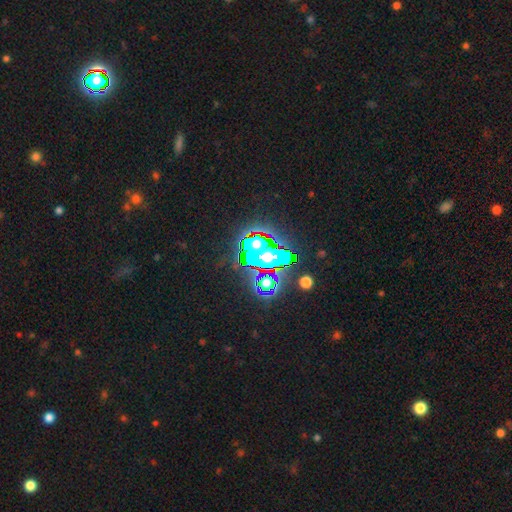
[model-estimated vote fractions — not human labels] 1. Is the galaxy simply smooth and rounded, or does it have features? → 76% star or artifact, 12% smooth, 11% featured or disk.